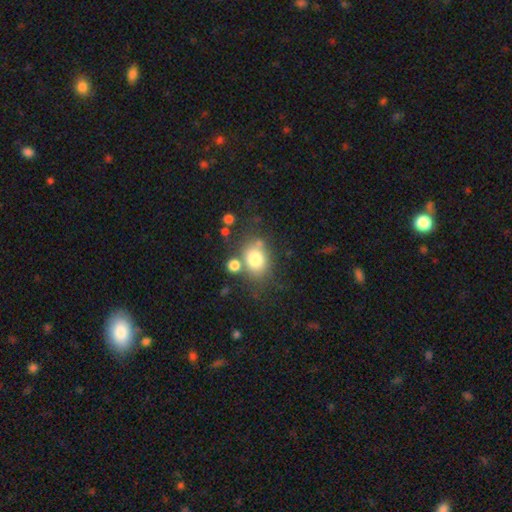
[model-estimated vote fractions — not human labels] A smooth galaxy with no disk features (76%) that is in between round and cigar-shaped (55%).

Vote fractions:
- Smooth or featured? smooth: 76% / star or artifact: 12% / featured or disk: 12%
- How rounded? in between: 55% / round: 44% / cigar-shaped: 1%
- Merging? none: 66% / minor disturbance: 15% / merger: 13% / major disturbance: 6%